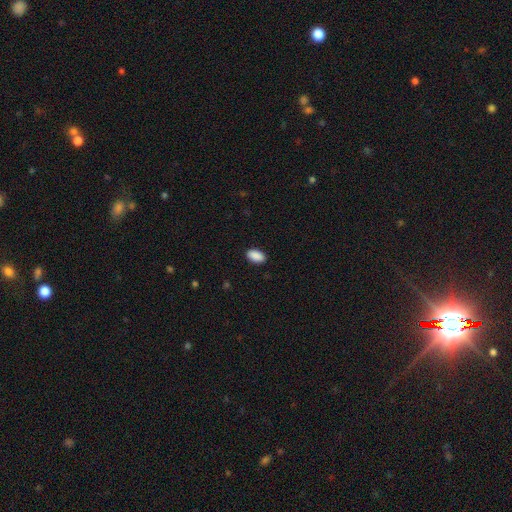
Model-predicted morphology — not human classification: Q: Smooth or featured?
A: smooth (90%); runner-up: star or artifact (7%)
Q: How rounded?
A: in between (94%); runner-up: round (4%)
Q: Merging?
A: none (89%); runner-up: minor disturbance (8%)